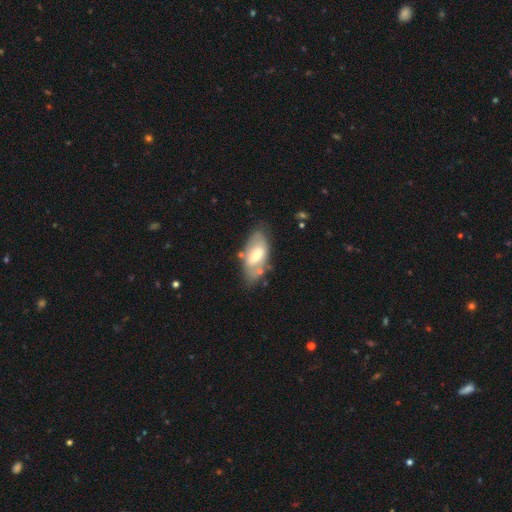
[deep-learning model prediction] Smooth or featured?
  - featured or disk: 47% * (tied)
  - smooth: 47% * (tied)
  - star or artifact: 6%
Merging?
  - none: 65% *
  - minor disturbance: 20%
  - merger: 8%
  - major disturbance: 7%